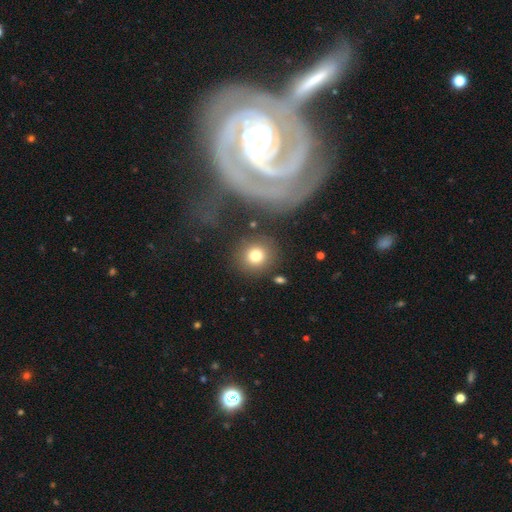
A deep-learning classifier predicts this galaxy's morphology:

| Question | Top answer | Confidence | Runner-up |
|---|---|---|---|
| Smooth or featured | smooth | 79% | star or artifact (11%) |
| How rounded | round | 88% | in between (11%) |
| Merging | none | 80% | minor disturbance (9%) |